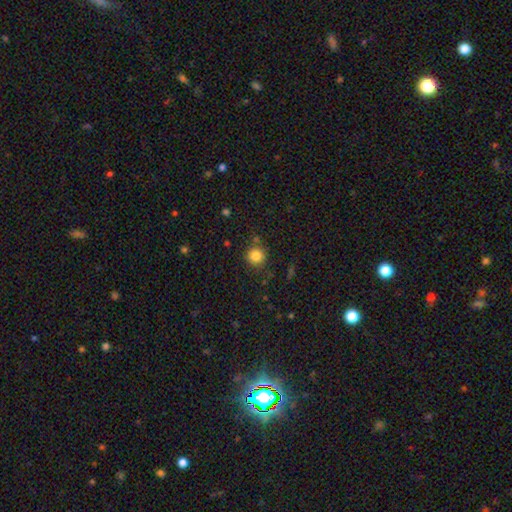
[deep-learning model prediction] A smooth galaxy with no disk features (84%) that is round (93%). Merging: none (83%).